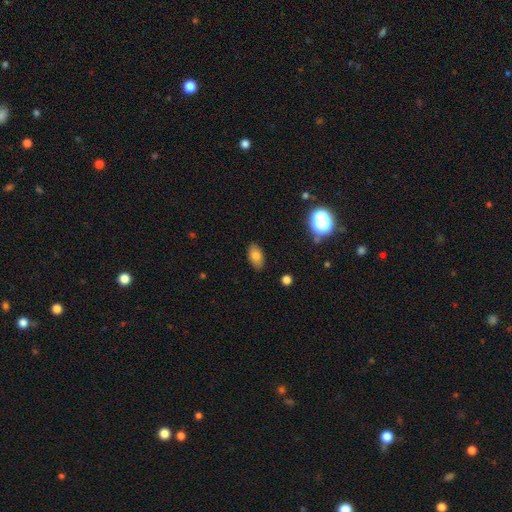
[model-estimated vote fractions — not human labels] The model was most divided on "smooth or featured": smooth: 79%, star or artifact: 11%, featured or disk: 11%. More confident: how rounded — in between (91%); merging — none (85%).